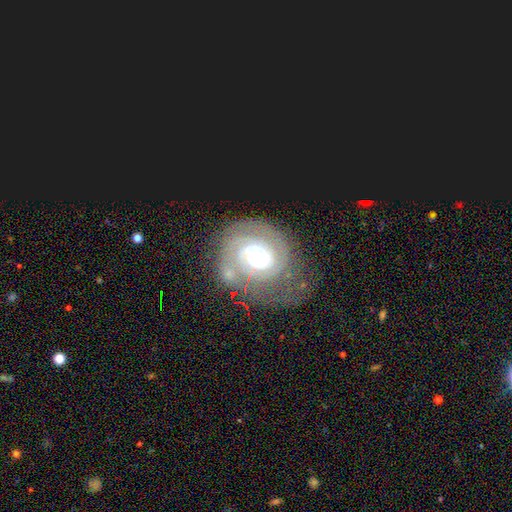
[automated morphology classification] Smooth or featured: featured or disk — 80% (smooth — 12%)
Edge-on disk: no — 97% (yes — 3%)
Bar: no — 52% (weak — 34%)
Spiral arms: yes — 88% (no — 12%)
Spiral winding: tight — 65% (medium — 25%)
Spiral arm count: 2 — 35% (can't tell — 31%)
Bulge size: moderate — 43% (large — 31%)
Merging: none — 50% (major disturbance — 23%)